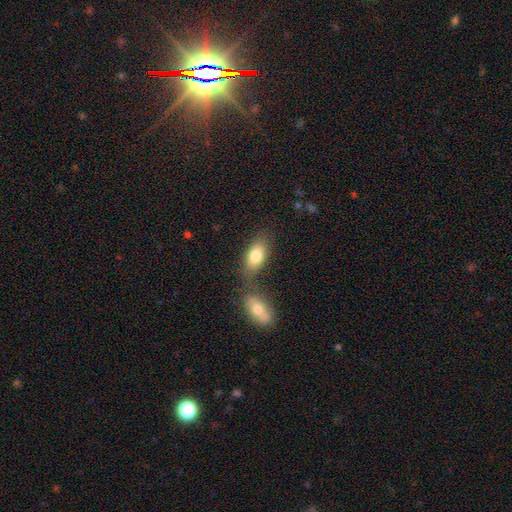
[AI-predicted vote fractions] Smooth or featured? smooth (80%)
How rounded? in between (89%)
Merging? none (60%)